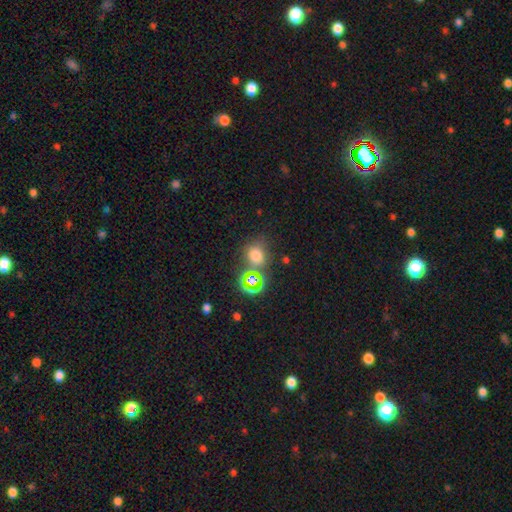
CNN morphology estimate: smooth 65%, star or artifact 26%, featured or disk 8%. Down the decision tree: how rounded — round (69%); merging — none (60%).